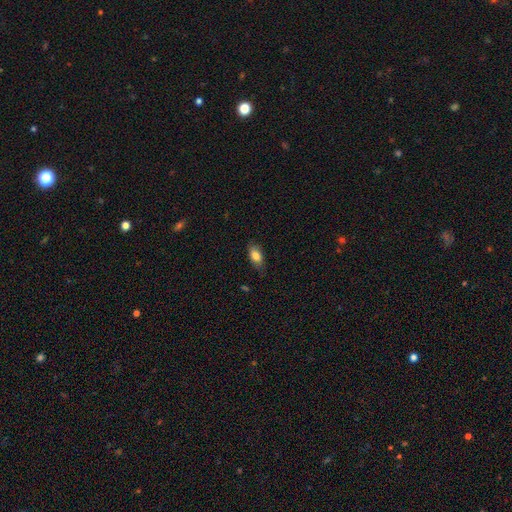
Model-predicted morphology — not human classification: A smooth galaxy with no disk features (82%) that is in between round and cigar-shaped (88%). Merging: none (75%).